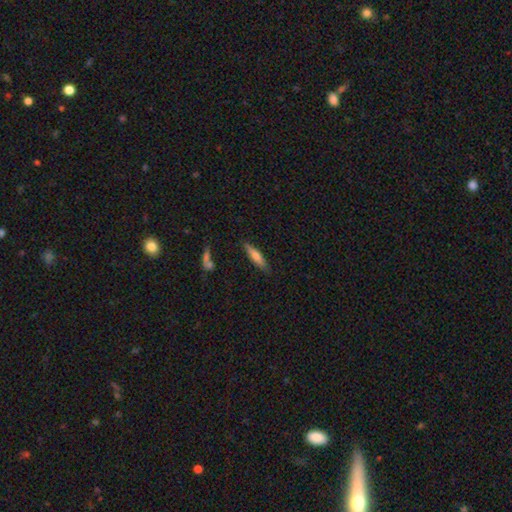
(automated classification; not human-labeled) Smooth or featured? Predicted: smooth (p=0.67). How rounded? Predicted: cigar-shaped (p=0.79). Merging? Predicted: none (p=0.82).